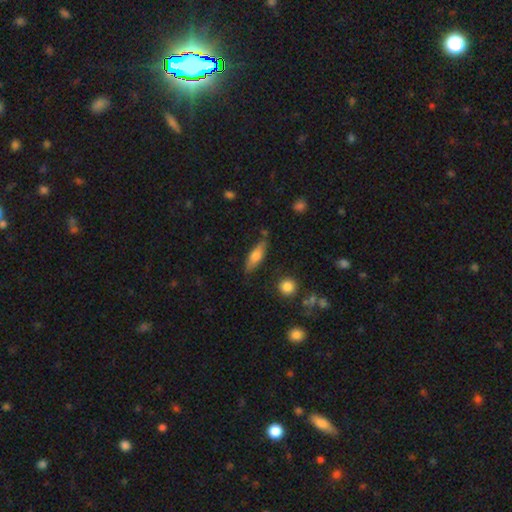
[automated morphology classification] smooth 60%, featured or disk 33%, star or artifact 6%. Down the decision tree: how rounded — in between (51%); merging — none (77%).